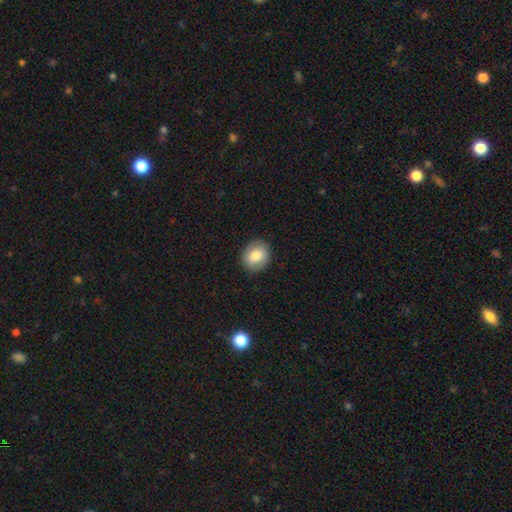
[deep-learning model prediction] Smooth or featured? Predicted: smooth (p=0.82). How rounded? Predicted: round (p=0.64). Merging? Predicted: none (p=0.88).